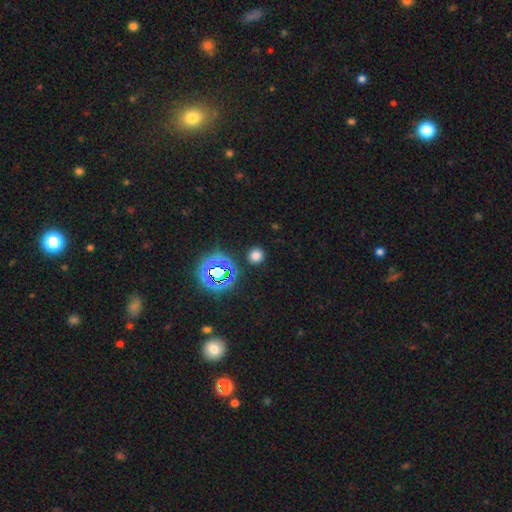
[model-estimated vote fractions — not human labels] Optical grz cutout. It shows a smooth galaxy with no disk features (70%) that is round (91%). Merging: none (89%).